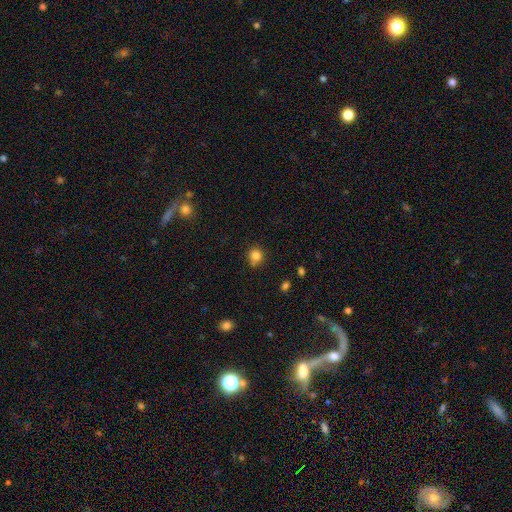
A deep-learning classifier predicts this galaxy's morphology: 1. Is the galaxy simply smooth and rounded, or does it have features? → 83% smooth, 12% star or artifact, 5% featured or disk.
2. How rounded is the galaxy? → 89% round, 10% in between, 1% cigar-shaped.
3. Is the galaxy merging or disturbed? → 74% none, 16% minor disturbance, 7% merger, 3% major disturbance.